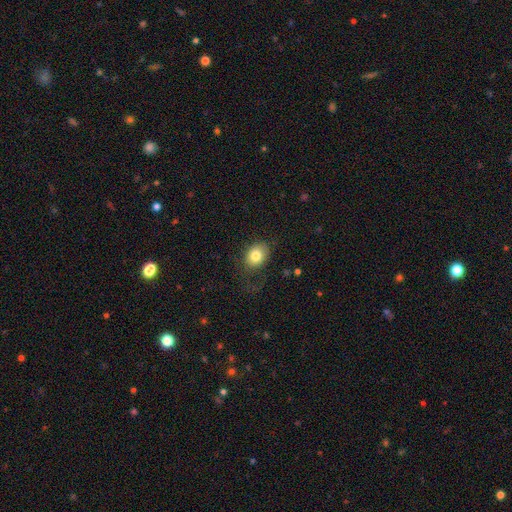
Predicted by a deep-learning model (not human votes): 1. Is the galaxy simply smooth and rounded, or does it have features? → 80% smooth, 11% featured or disk, 9% star or artifact.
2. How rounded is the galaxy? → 58% in between, 41% round, 1% cigar-shaped.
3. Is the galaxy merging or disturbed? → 63% none, 20% minor disturbance, 16% major disturbance, 1% merger.